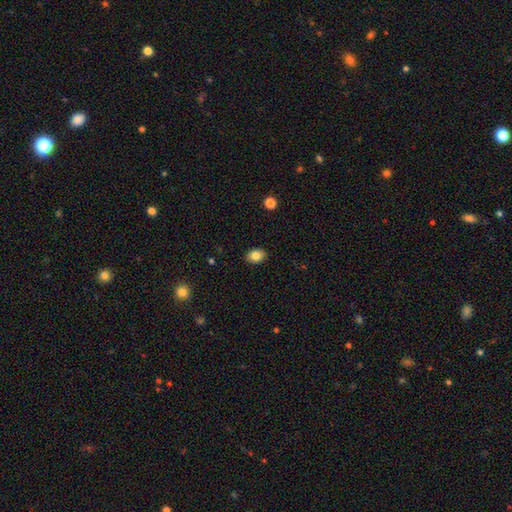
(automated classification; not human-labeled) A smooth galaxy with no disk features (84%) that is in between round and cigar-shaped (64%).

Vote fractions:
- Smooth or featured? smooth: 84% / star or artifact: 9% / featured or disk: 7%
- How rounded? in between: 64% / round: 35% / cigar-shaped: 1%
- Merging? none: 89% / minor disturbance: 8% / major disturbance: 2% / merger: 1%